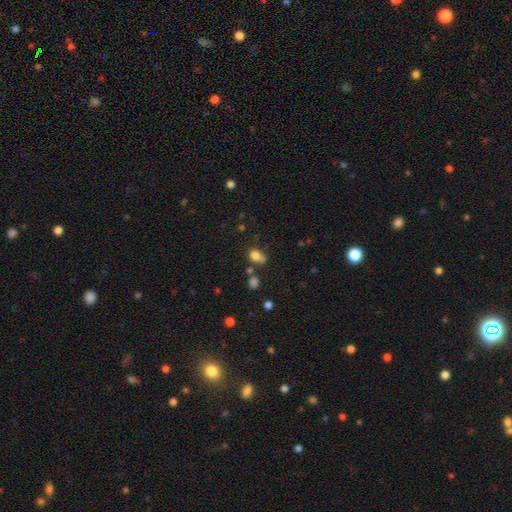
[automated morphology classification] smooth_or_featured: smooth (p=0.77) [alt: star or artifact p=0.13]
how_rounded: in between (p=0.52) [alt: round p=0.46]
merging: none (p=0.43) [alt: merger p=0.24]